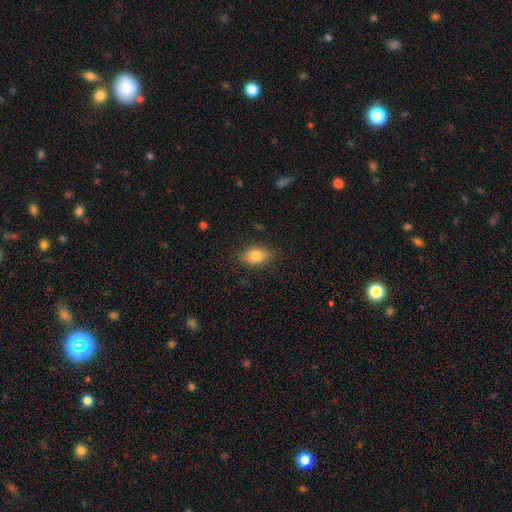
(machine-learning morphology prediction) smooth 82%, featured or disk 9%, star or artifact 8%. Down the decision tree: how rounded — in between (77%); merging — none (80%).